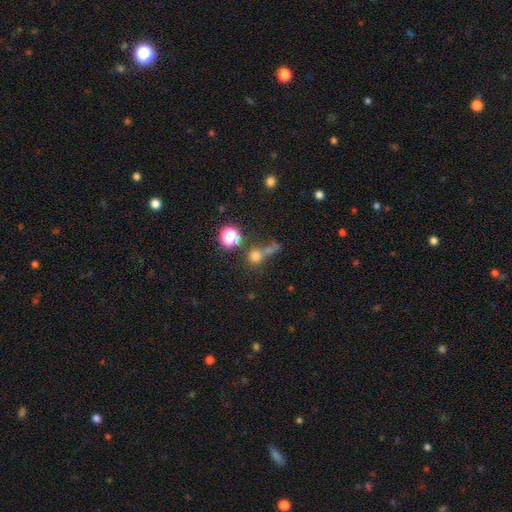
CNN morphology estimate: Q: Smooth or featured?
A: smooth (65%); runner-up: star or artifact (24%)
Q: How rounded?
A: round (87%); runner-up: in between (11%)
Q: Merging?
A: none (49%); runner-up: merger (29%)